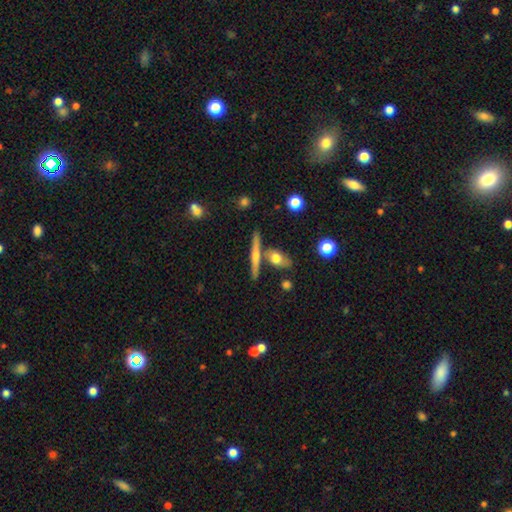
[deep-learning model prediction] Smooth or featured? Predicted: featured or disk (p=0.52). Edge-on disk? Predicted: yes (p=0.94). Merging? Predicted: none (p=0.72).